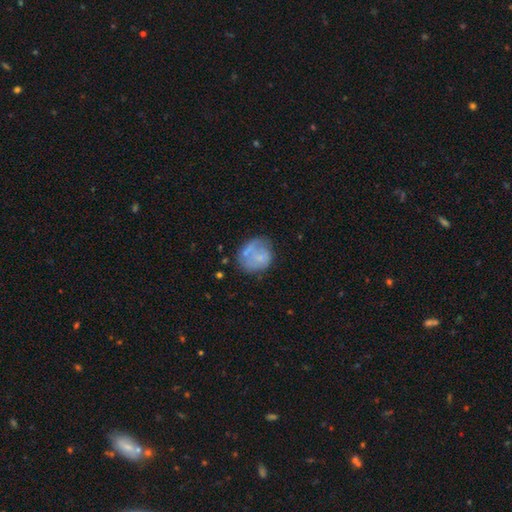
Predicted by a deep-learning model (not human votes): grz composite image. It shows a smooth galaxy with no disk features (55%) that is round (73%). Merging: none (50%).